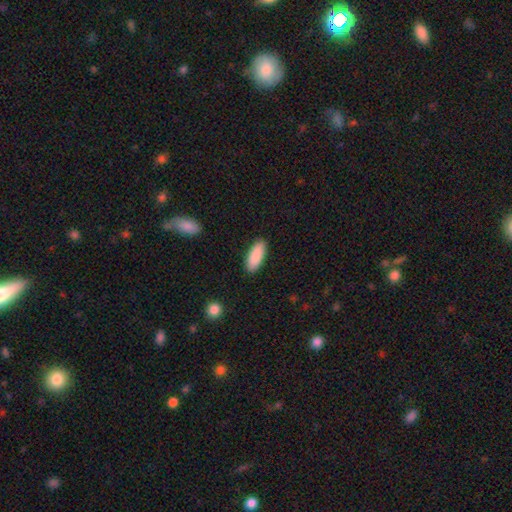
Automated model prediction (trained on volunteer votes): Q: Smooth or featured?
A: smooth (90%); runner-up: star or artifact (5%)
Q: How rounded?
A: in between (74%); runner-up: cigar-shaped (24%)
Q: Merging?
A: none (89%); runner-up: minor disturbance (8%)